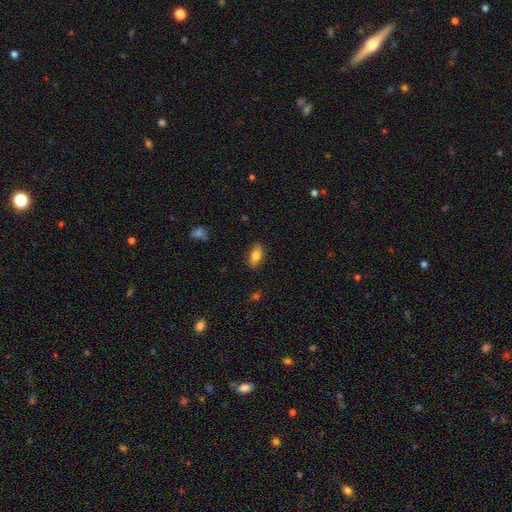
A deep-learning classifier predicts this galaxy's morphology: This appears to be a smooth galaxy with no disk features (79%) that is in between round and cigar-shaped (87%). Merging: none (86%).